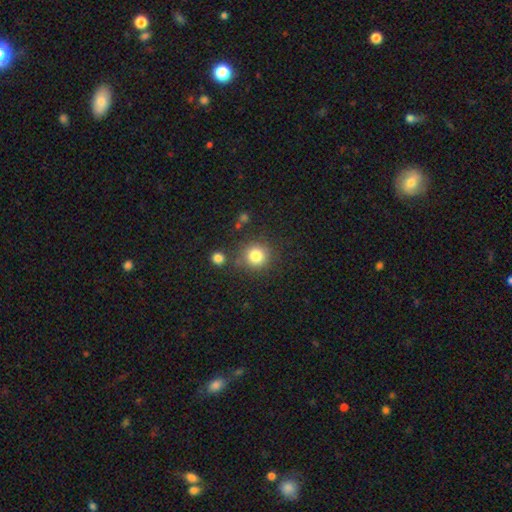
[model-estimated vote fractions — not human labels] A smooth galaxy with no disk features (82%) that is round (93%).

Vote fractions:
- Smooth or featured? smooth: 82% / star or artifact: 12% / featured or disk: 7%
- How rounded? round: 93% / in between: 6% / cigar-shaped: 1%
- Merging? none: 80% / minor disturbance: 9% / merger: 7% / major disturbance: 4%